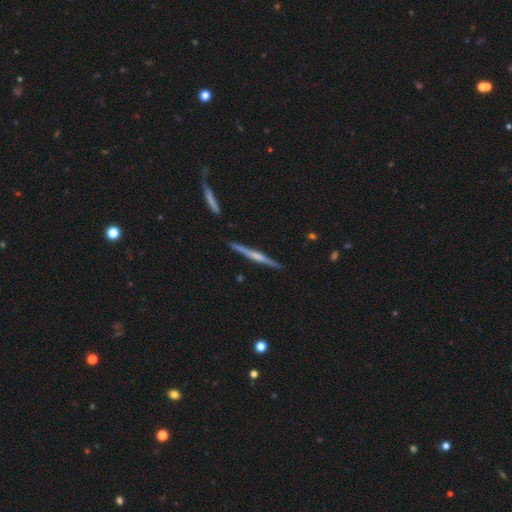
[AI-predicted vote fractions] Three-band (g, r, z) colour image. It shows a featured or disk galaxy (70%) viewed edge-on (98%) with a rounded central bulge (54%). Merging: none (89%).